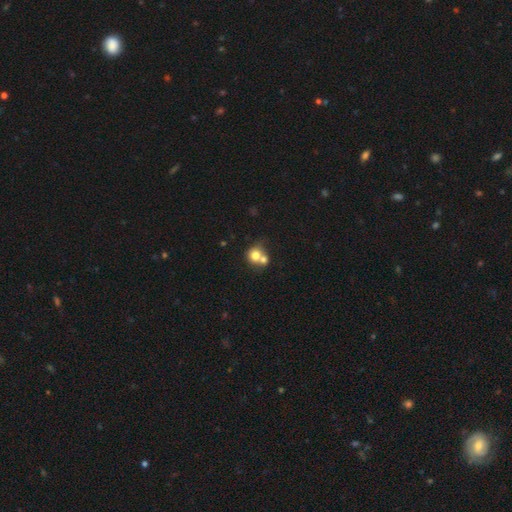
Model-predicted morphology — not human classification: smooth-or-featured: smooth: 75% | featured or disk: 15% | star or artifact: 10%
  how-rounded: round: 81% | in between: 18% | cigar-shaped: 1%
  merging: merger: 54% | none: 35% | minor disturbance: 7% | major disturbance: 4%